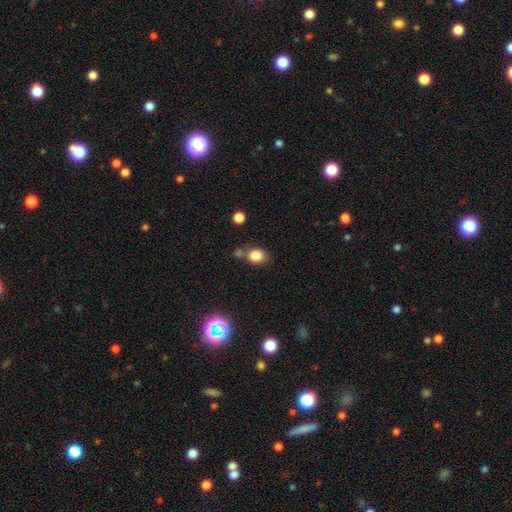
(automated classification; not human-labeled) The model was most divided on "how rounded": round: 54%, in between: 44%, cigar-shaped: 1%. More confident: smooth or featured — smooth (83%); merging — none (60%).